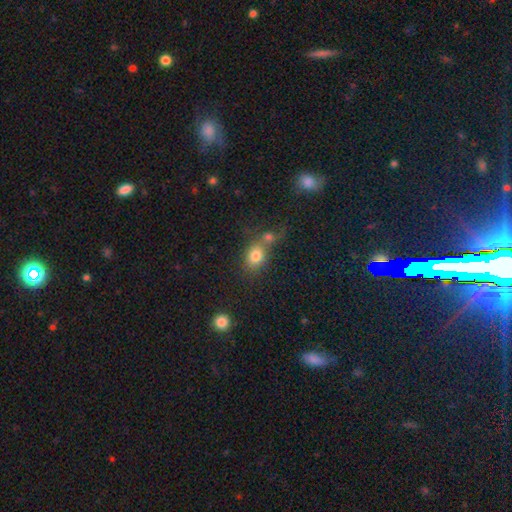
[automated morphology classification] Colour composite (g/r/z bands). It shows a smooth galaxy with no disk features (77%) that is in between round and cigar-shaped (50%). Merging: merger (43%).